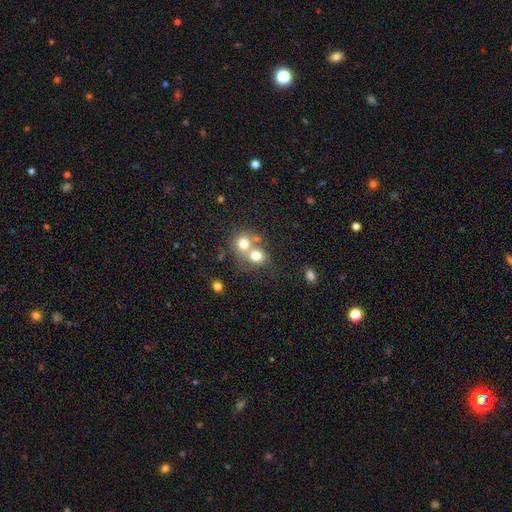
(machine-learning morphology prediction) A smooth galaxy with no disk features (72%) that is round (74%).

Vote fractions:
- Smooth or featured? smooth: 72% / featured or disk: 16% / star or artifact: 12%
- How rounded? round: 74% / in between: 25% / cigar-shaped: 1%
- Merging? merger: 61% / none: 30% / minor disturbance: 6% / major disturbance: 4%